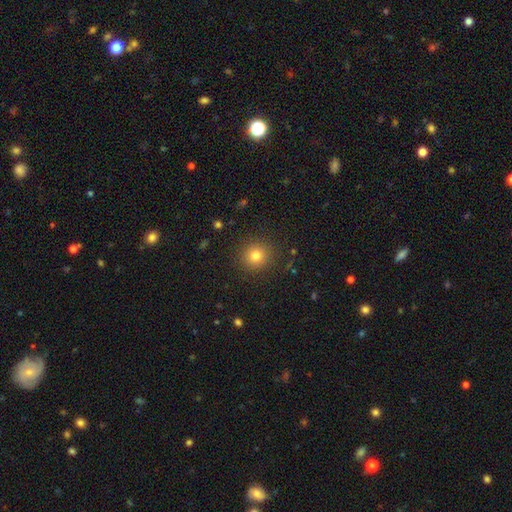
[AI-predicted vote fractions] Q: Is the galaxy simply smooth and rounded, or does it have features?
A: smooth — 79%.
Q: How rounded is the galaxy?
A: round — 91%.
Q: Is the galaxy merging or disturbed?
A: none — 89%.